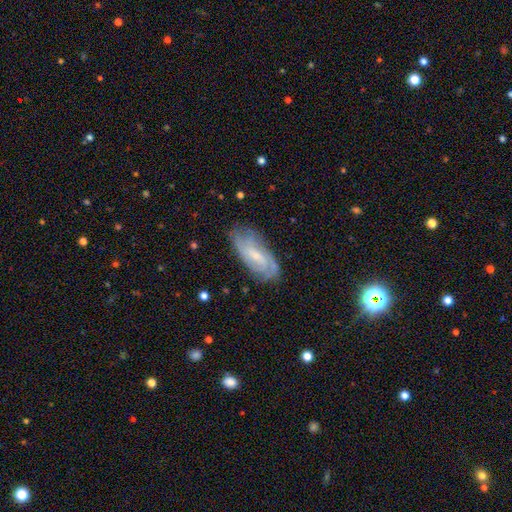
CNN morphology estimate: Smooth or featured: featured or disk — 69% (smooth — 23%)
Edge-on disk: no — 92% (yes — 8%)
Bar: weak — 49% (no — 38%)
Spiral arms: yes — 91% (no — 9%)
Spiral winding: tight — 46% (medium — 39%)
Spiral arm count: can't tell — 37% (2 — 31%)
Bulge size: small — 55% (moderate — 29%)
Merging: none — 75% (minor disturbance — 18%)